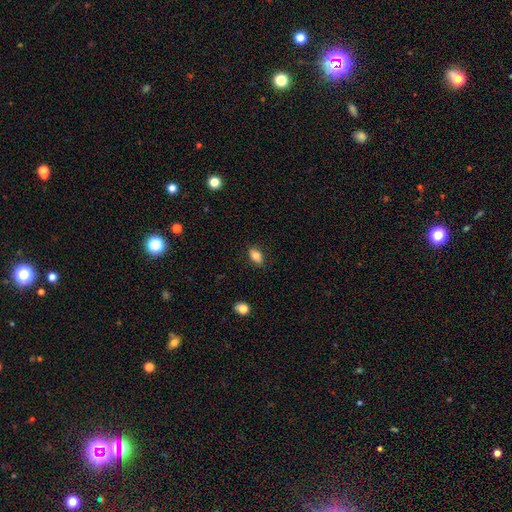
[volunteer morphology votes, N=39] Volunteers were most divided on "merging": none: 79%, minor disturbance: 16%, major disturbance: 5%, merger: 0%. More confident: how rounded — in between (94%); smooth or featured — smooth (87%).